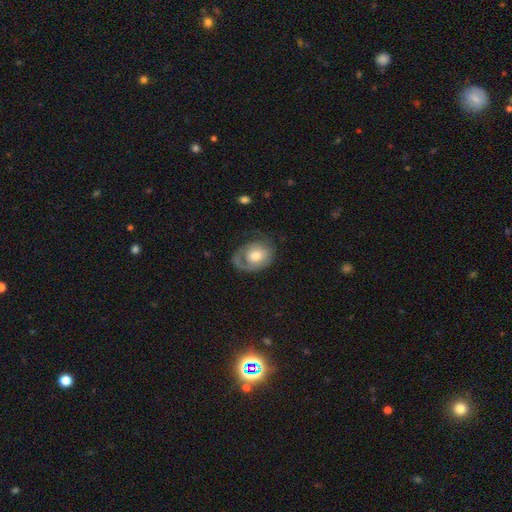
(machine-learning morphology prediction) This appears to be a featured or disk galaxy (52%). Merging: none (52%).